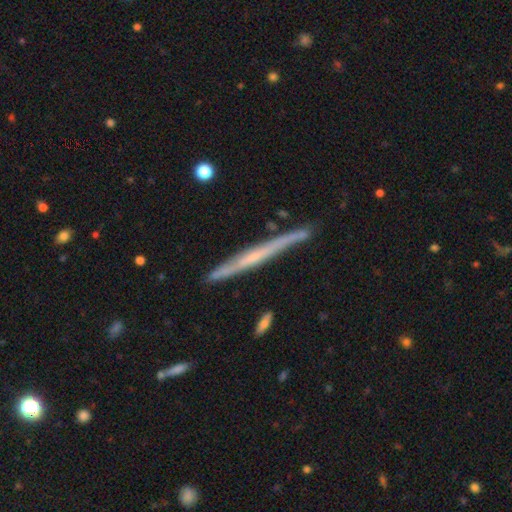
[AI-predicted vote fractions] Smooth or featured? Predicted: featured or disk (p=0.67). Edge-on disk? Predicted: yes (p=0.97). Edge-on bulge? Predicted: none (p=0.67). Merging? Predicted: none (p=0.86).